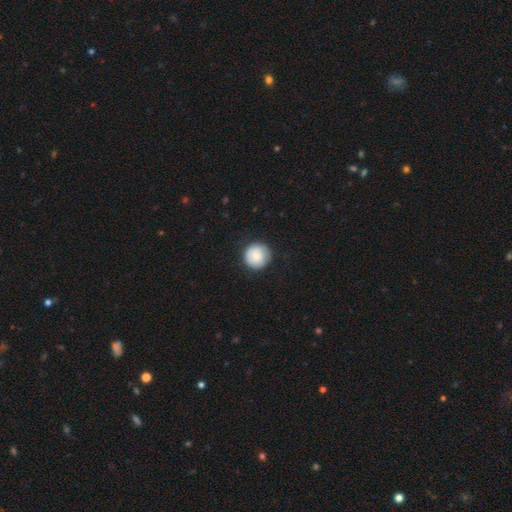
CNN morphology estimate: smooth 81%, featured or disk 12%, star or artifact 7%. Down the decision tree: how rounded — round (95%); merging — none (85%).